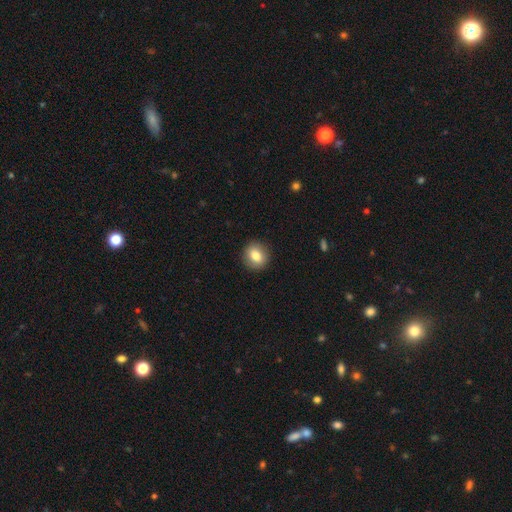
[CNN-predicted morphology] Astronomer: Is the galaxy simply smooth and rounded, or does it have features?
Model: smooth — 79%.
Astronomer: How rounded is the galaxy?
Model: round — 81%.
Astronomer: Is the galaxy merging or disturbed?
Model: none — 90%.